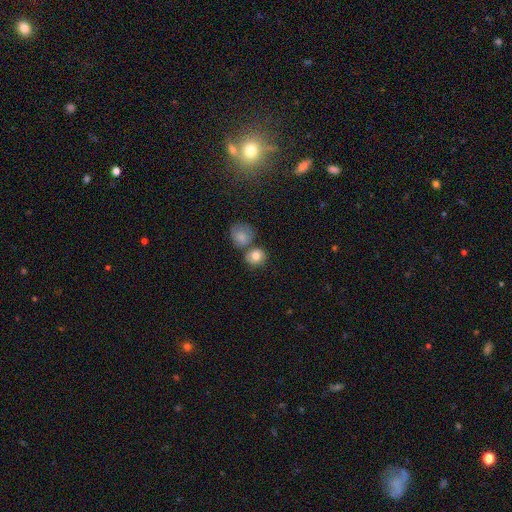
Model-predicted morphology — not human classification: Smooth or featured? Predicted: smooth (p=0.81). How rounded? Predicted: round (p=0.79). Merging? Predicted: none (p=0.56).